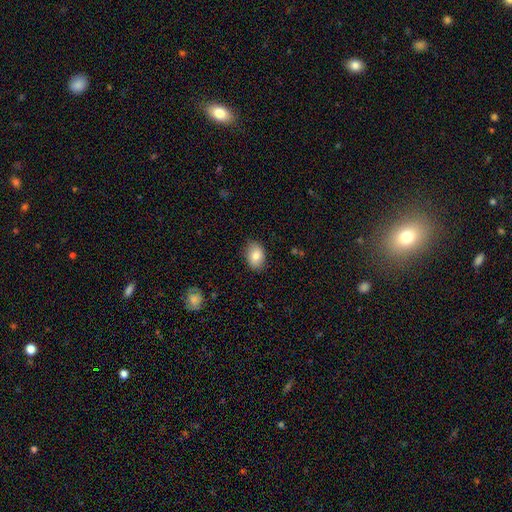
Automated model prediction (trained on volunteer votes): This appears to be a smooth galaxy with no disk features (83%) that is in between round and cigar-shaped (81%). Merging: none (85%).